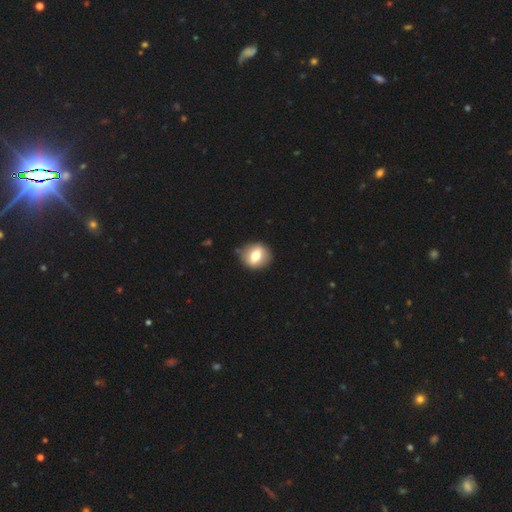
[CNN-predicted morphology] smooth_or_featured: smooth (p=0.62) [alt: featured or disk p=0.30]
how_rounded: round (p=0.71) [alt: in between p=0.27]
merging: none (p=0.83) [alt: minor disturbance p=0.12]